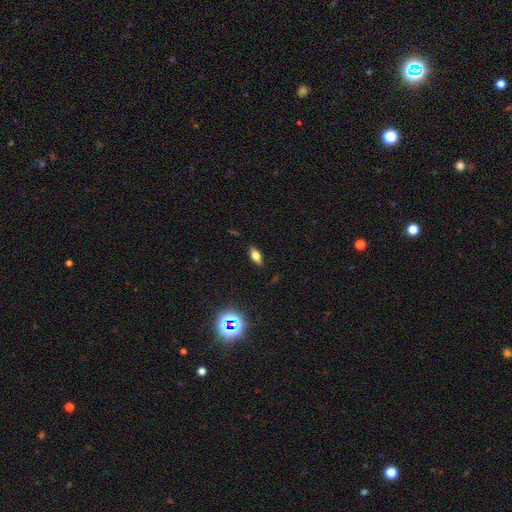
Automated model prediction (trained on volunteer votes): This appears to be a smooth galaxy with no disk features (73%) that is in between round and cigar-shaped (86%). Merging: none (87%).